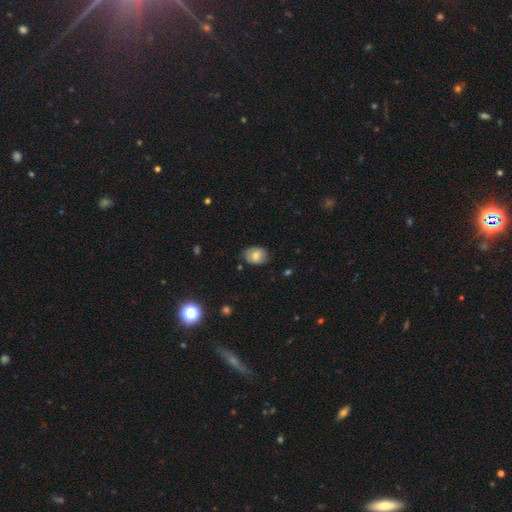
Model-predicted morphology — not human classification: type=smooth (73%); roundness=in between (69%); merging=none (77%).